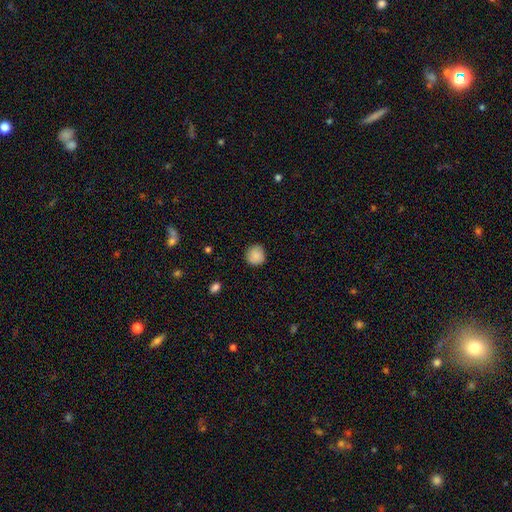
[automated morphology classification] Smooth or featured? smooth (87%)
How rounded? round (91%)
Merging? none (84%)